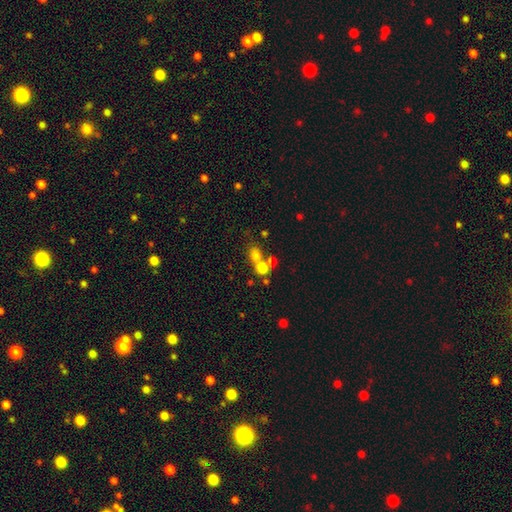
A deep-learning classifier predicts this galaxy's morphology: Smooth or featured? smooth (70%)
How rounded? round (67%)
Merging? none (45%)